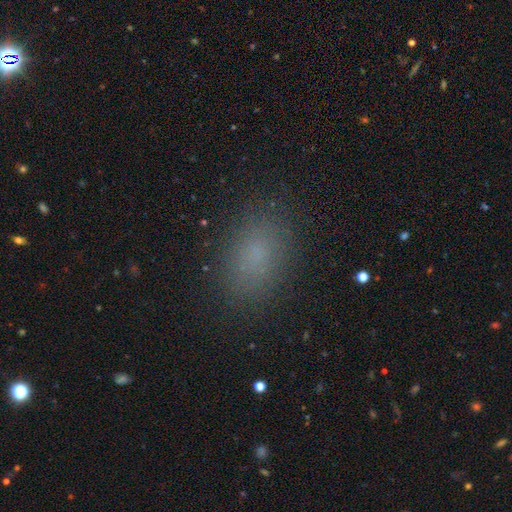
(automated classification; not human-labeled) A smooth galaxy with no disk features (78%) that is in between round and cigar-shaped (82%).

Vote fractions:
- Smooth or featured? smooth: 78% / star or artifact: 16% / featured or disk: 6%
- How rounded? in between: 82% / round: 16% / cigar-shaped: 2%
- Merging? none: 86% / minor disturbance: 10% / major disturbance: 3% / merger: 1%